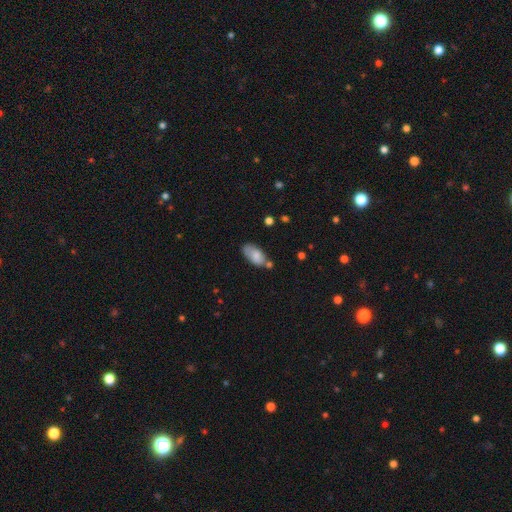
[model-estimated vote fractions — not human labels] A smooth galaxy with no disk features (77%) that is in between round and cigar-shaped (92%). Merging: none (49%).